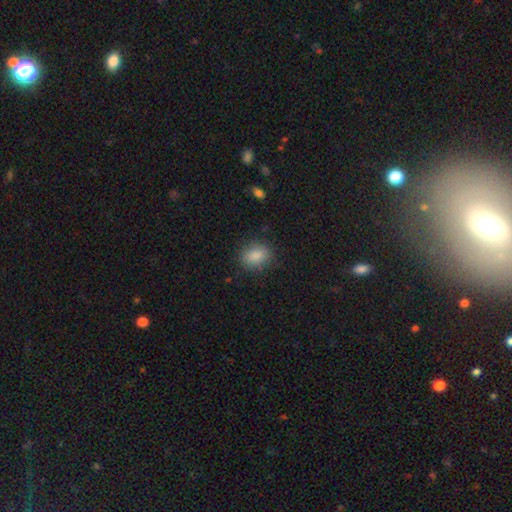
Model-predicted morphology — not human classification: type=smooth (87%); roundness=in between (72%); merging=none (83%).